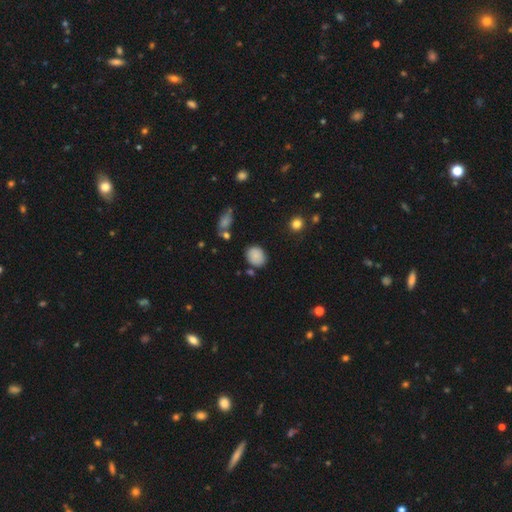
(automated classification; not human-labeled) This is clearly a smooth galaxy (84%). How rounded: possibly round (53%). Merging: likely none (77%).